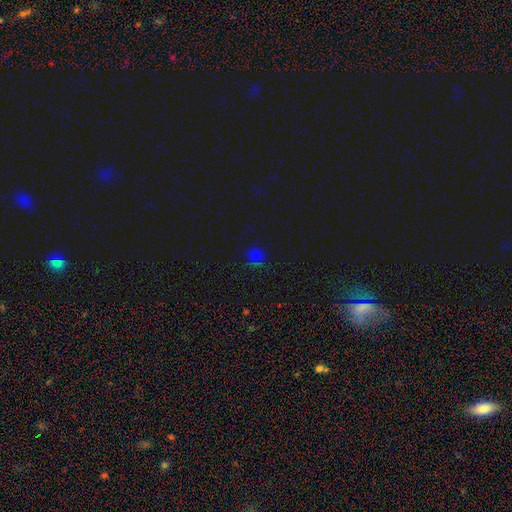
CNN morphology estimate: This is possibly a smooth galaxy (55%). How rounded: clearly round (83%). Merging: likely none (72%).